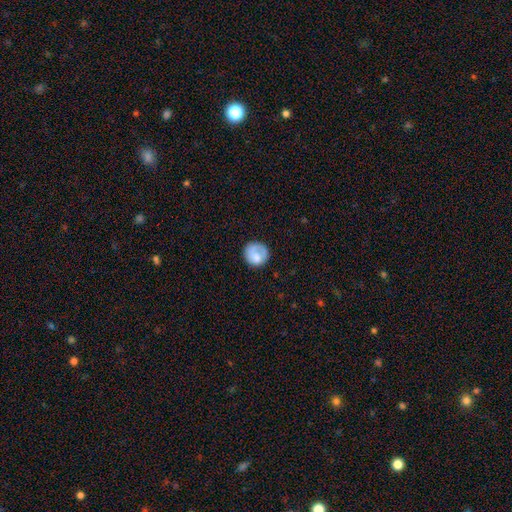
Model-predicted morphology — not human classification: This is likely a smooth galaxy (73%). How rounded: clearly round (88%). Merging: likely none (67%).